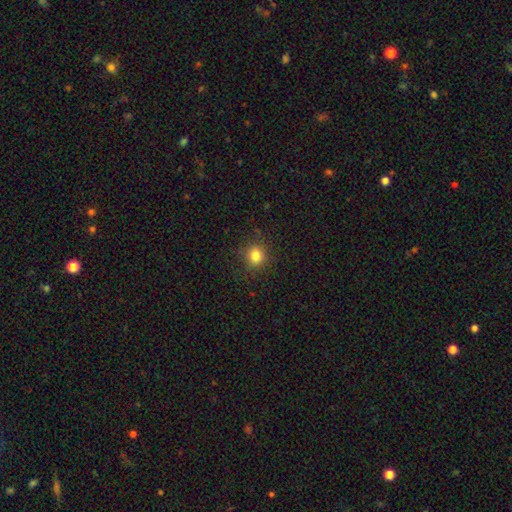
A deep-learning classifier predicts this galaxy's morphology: smooth-or-featured: smooth: 81% | star or artifact: 13% | featured or disk: 5%
  how-rounded: round: 88% | in between: 11% | cigar-shaped: 1%
  merging: none: 88% | minor disturbance: 8% | major disturbance: 3% | merger: 1%